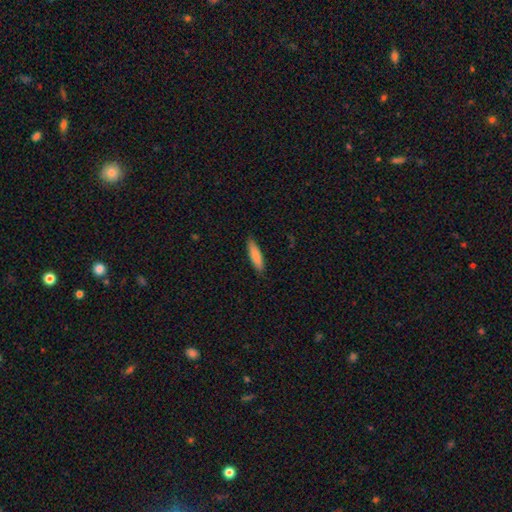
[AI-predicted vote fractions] This appears to be a smooth galaxy with no disk features (85%) that is cigar-shaped (68%). Merging: none (87%).